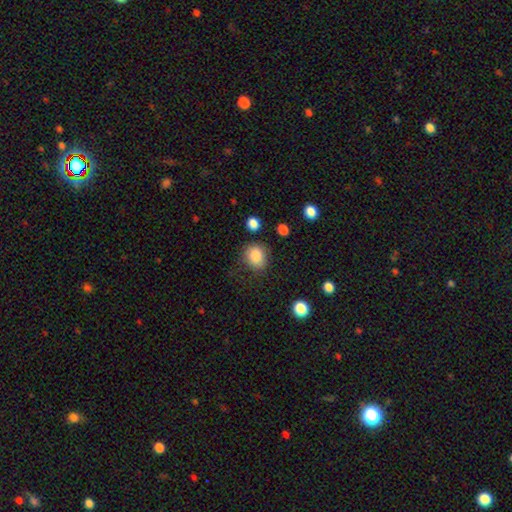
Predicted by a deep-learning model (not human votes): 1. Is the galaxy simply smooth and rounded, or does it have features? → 85% smooth, 9% star or artifact, 6% featured or disk.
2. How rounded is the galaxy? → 72% round, 27% in between, 1% cigar-shaped.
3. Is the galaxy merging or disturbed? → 76% none, 16% minor disturbance, 5% major disturbance, 3% merger.